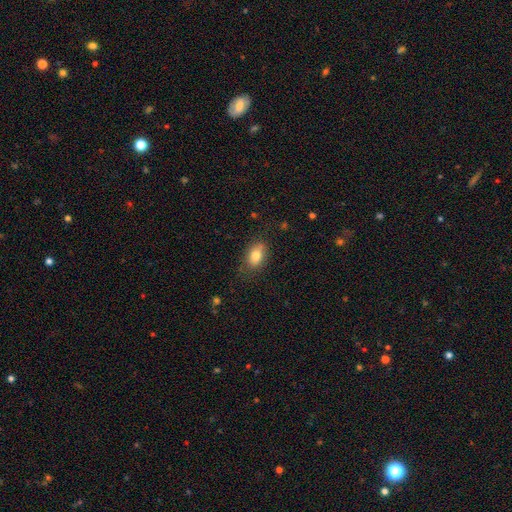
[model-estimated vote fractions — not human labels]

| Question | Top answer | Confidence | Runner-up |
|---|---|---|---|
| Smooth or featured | smooth | 79% | featured or disk (12%) |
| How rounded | in between | 85% | round (13%) |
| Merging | none | 78% | minor disturbance (16%) |